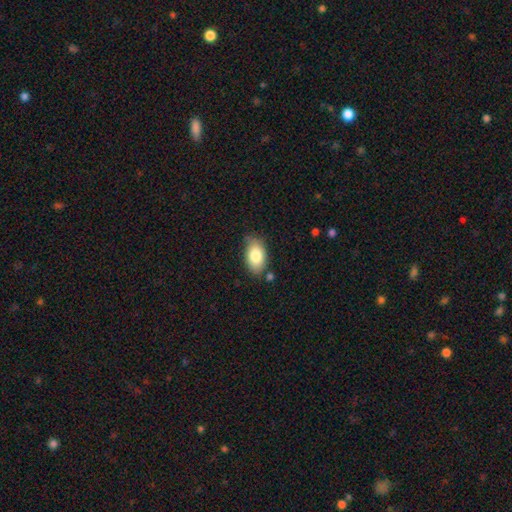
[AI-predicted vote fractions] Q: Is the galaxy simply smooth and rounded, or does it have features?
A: smooth — 82%.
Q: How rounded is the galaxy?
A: in between — 92%.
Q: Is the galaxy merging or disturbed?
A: none — 73%.